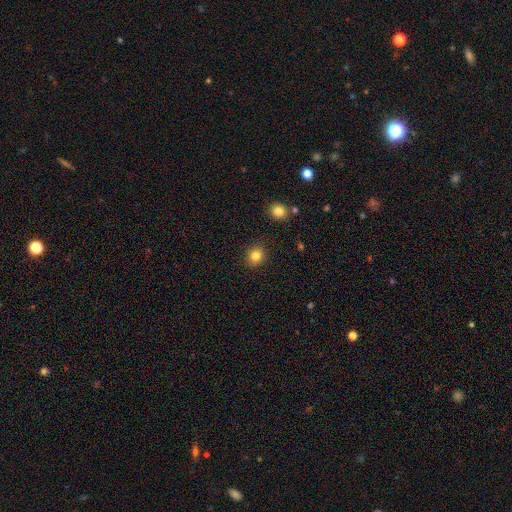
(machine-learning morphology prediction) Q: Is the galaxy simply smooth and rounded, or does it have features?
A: smooth — 83%.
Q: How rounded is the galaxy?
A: round — 84%.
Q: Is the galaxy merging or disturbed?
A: none — 90%.